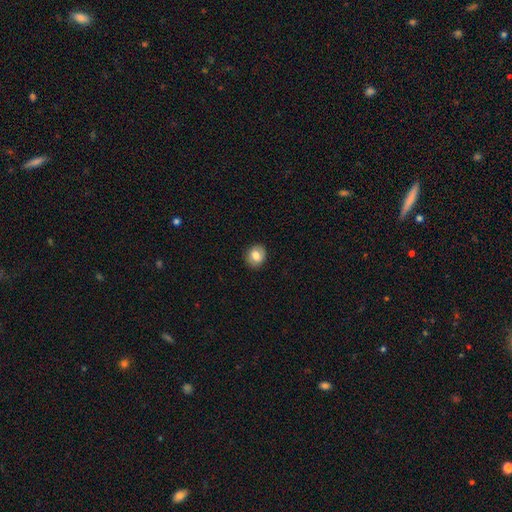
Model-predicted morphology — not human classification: smooth_or_featured: smooth (p=0.78) [alt: featured or disk p=0.13]
how_rounded: round (p=0.72) [alt: in between p=0.27]
merging: none (p=0.89) [alt: minor disturbance p=0.08]